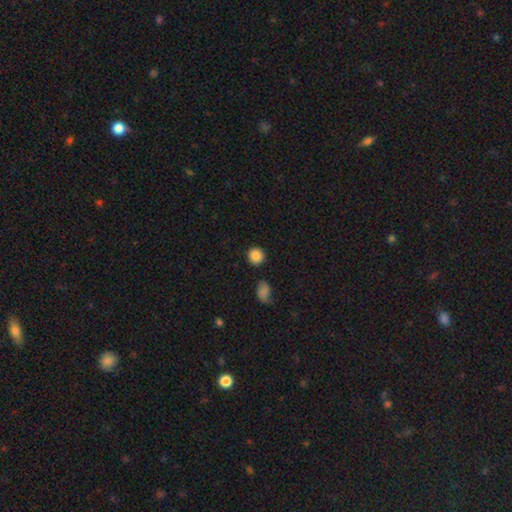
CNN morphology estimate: A smooth galaxy with no disk features (86%) that is round (91%). Merging: none (85%).